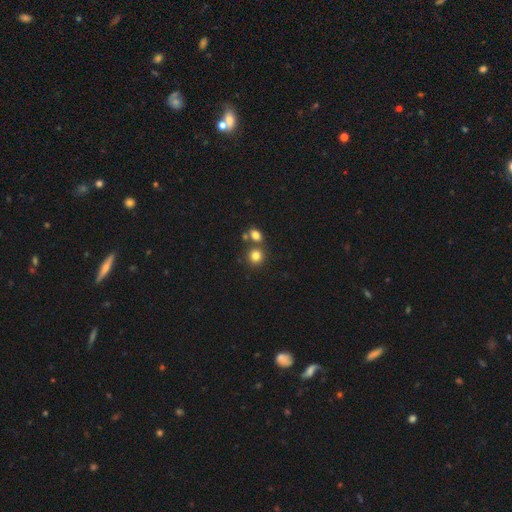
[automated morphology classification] type=smooth (80%); roundness=round (87%); merging=none (67%).